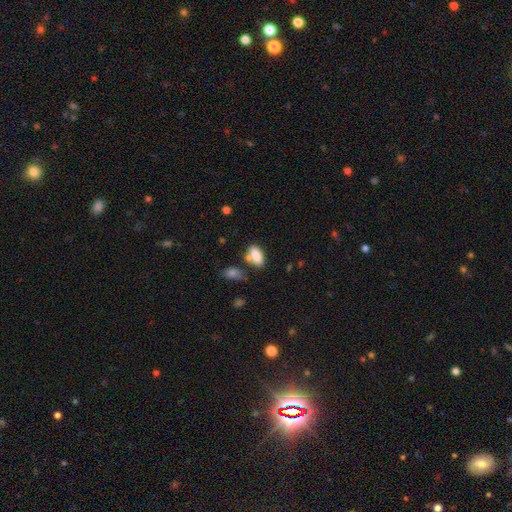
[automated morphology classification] A smooth galaxy with no disk features (84%) that is in between round and cigar-shaped (91%). Merging: none (55%).